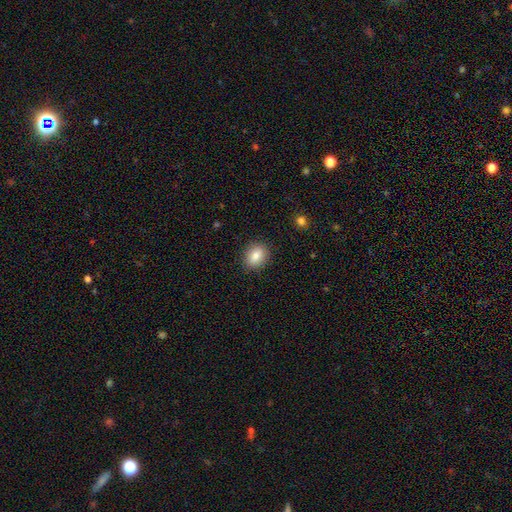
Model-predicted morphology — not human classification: Overall: smooth (83%). How rounded: in between (55%; round 44%). Merging: none (89%).